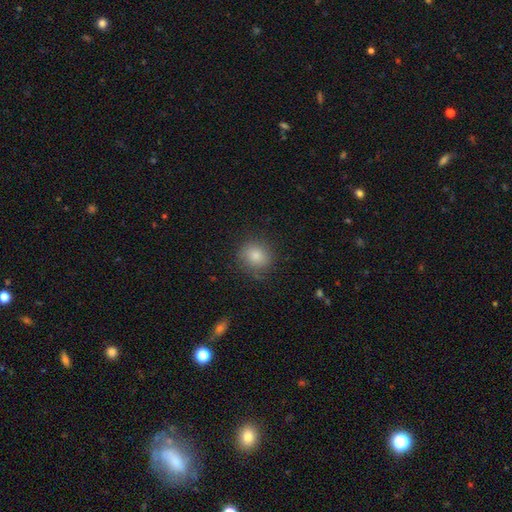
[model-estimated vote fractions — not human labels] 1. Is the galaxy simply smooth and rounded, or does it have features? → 83% smooth, 10% star or artifact, 8% featured or disk.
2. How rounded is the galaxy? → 80% round, 19% in between, 1% cigar-shaped.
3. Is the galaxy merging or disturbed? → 79% none, 15% minor disturbance, 5% major disturbance, 1% merger.